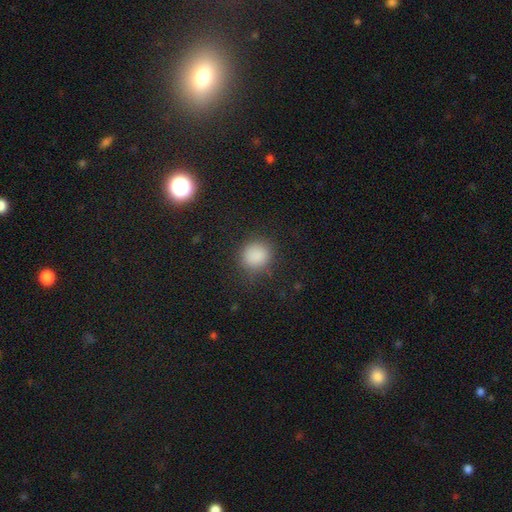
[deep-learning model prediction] Smooth or featured? smooth (86%)
How rounded? round (86%)
Merging? none (83%)